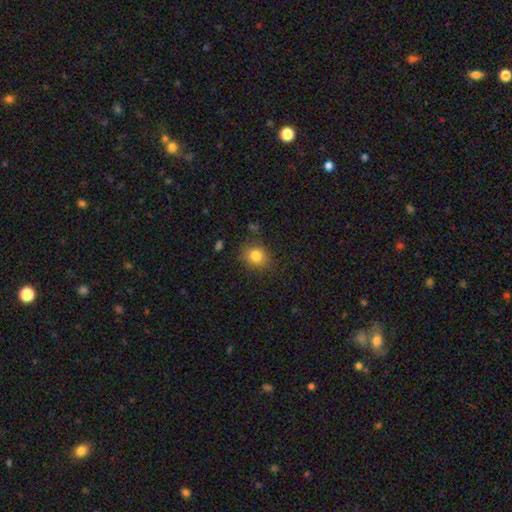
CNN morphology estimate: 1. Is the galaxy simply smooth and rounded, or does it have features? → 81% smooth, 11% star or artifact, 7% featured or disk.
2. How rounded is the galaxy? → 67% round, 32% in between, 1% cigar-shaped.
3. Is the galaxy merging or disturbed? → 77% none, 16% minor disturbance, 4% major disturbance, 2% merger.